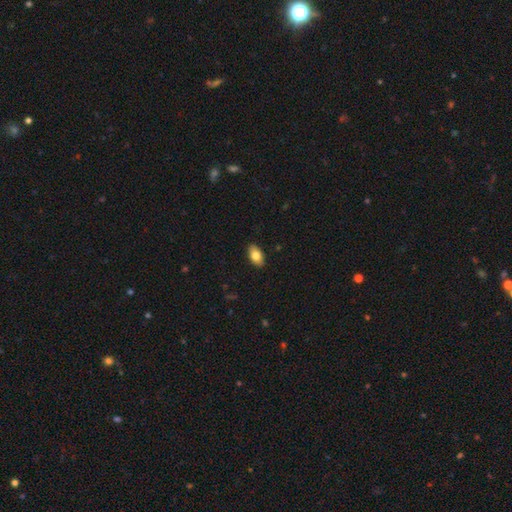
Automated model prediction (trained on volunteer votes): This appears to be a smooth galaxy with no disk features (79%) that is in between round and cigar-shaped (92%). Merging: none (89%).